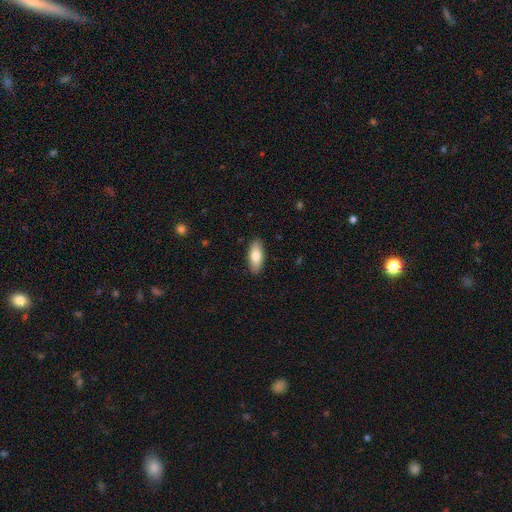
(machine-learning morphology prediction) Smooth or featured: smooth — 79% (featured or disk — 15%)
How rounded: in between — 79% (cigar-shaped — 19%)
Merging: none — 89% (minor disturbance — 8%)